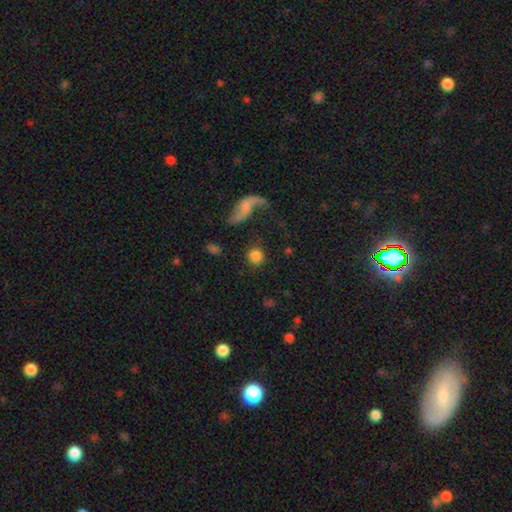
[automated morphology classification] Smooth or featured: smooth — 79% (featured or disk — 12%)
How rounded: round — 89% (in between — 9%)
Merging: none — 78% (minor disturbance — 9%)